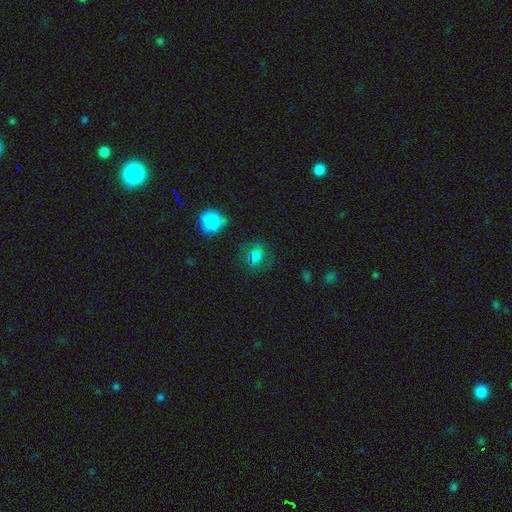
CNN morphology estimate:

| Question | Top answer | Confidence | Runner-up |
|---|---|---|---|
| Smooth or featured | smooth | 58% | star or artifact (30%) |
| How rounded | round | 75% | in between (23%) |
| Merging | none | 73% | minor disturbance (15%) |